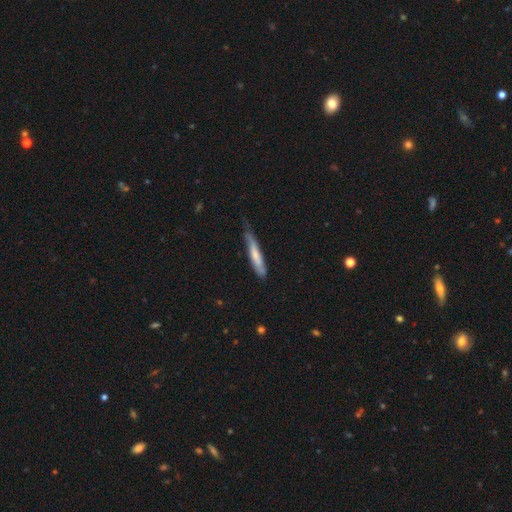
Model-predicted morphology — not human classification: Smooth or featured?
  - smooth: 63% *
  - featured or disk: 32%
  - star or artifact: 5%
How rounded?
  - cigar-shaped: 90% *
  - in between: 8%
  - round: 1%
Merging?
  - none: 51% *
  - minor disturbance: 37%
  - major disturbance: 10%
  - merger: 3%